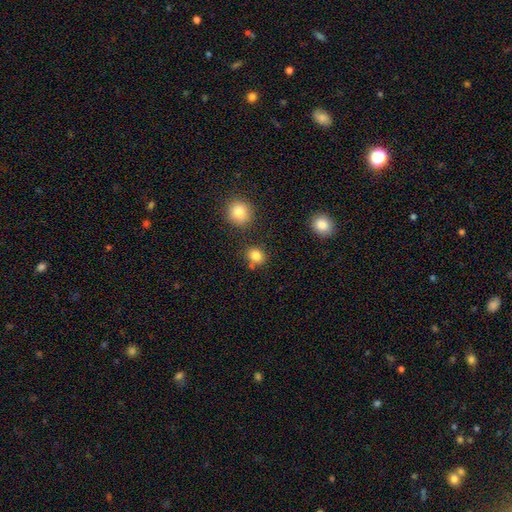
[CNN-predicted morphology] Overall: smooth (83%). How rounded: round (75%). Merging: none (77%).